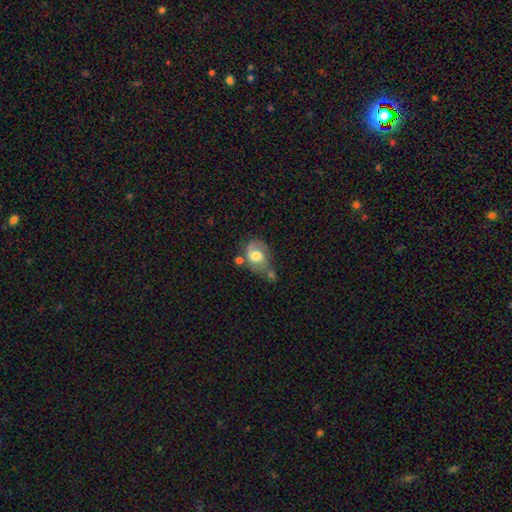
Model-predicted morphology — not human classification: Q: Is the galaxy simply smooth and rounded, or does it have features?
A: smooth — 55%.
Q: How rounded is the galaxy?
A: in between — 52%.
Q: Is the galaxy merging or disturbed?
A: none — 33%.